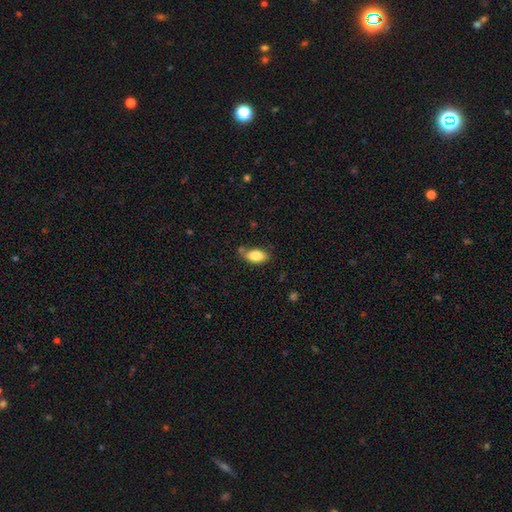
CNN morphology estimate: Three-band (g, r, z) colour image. It shows a smooth galaxy with no disk features (84%) that is in between round and cigar-shaped (91%). Merging: none (67%).